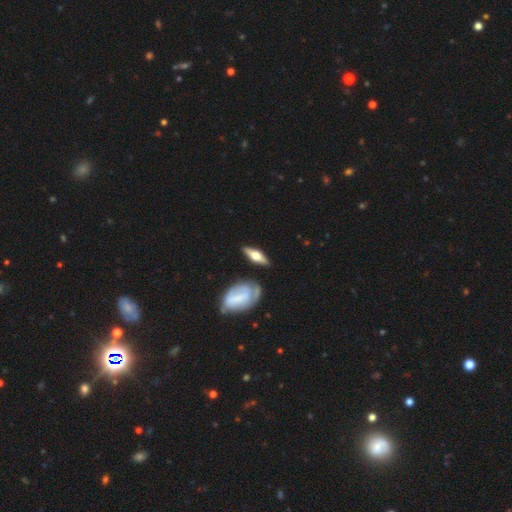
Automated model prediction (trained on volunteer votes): smooth-or-featured: featured or disk: 60% | smooth: 34% | star or artifact: 6%
  disk-edge-on: yes: 88% | no: 12%
    edge-on-bulge: rounded: 94% | boxy: 4% | none: 2%
  merging: none: 77% | minor disturbance: 14% | merger: 5% | major disturbance: 4%